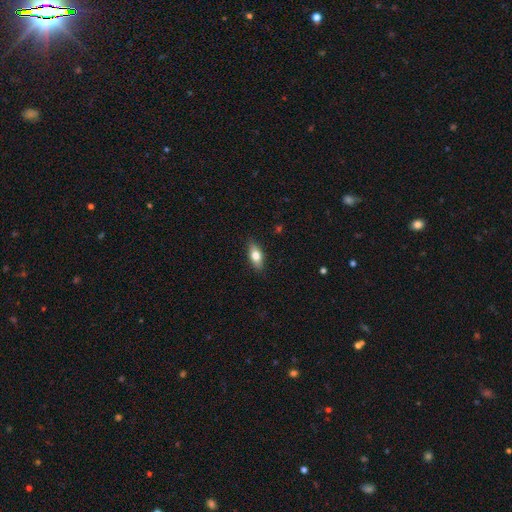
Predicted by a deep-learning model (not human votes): This is likely a smooth galaxy (71%). How rounded: likely in between (79%). Merging: clearly none (86%).